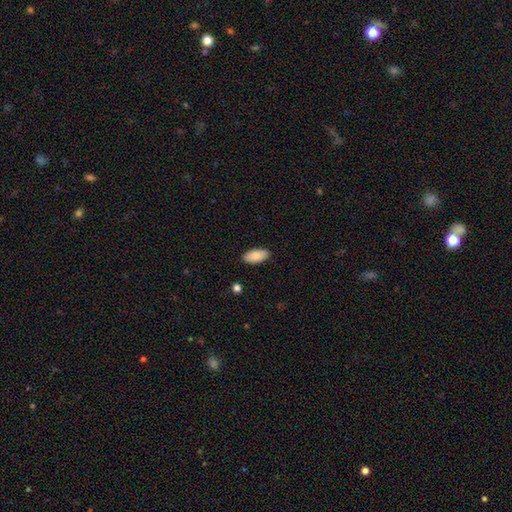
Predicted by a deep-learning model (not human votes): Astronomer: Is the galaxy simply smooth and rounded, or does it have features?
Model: smooth — 88%.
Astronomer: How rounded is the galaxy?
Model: in between — 93%.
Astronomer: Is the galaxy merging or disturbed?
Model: none — 89%.